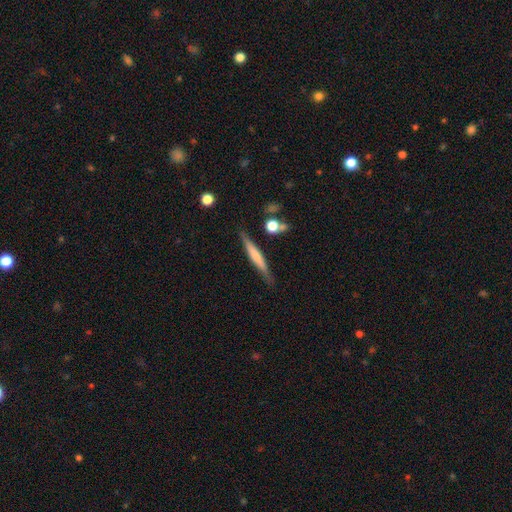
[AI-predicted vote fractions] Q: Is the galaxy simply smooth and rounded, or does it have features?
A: smooth — 50%.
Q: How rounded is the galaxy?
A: cigar-shaped — 93%.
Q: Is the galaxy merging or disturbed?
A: none — 83%.